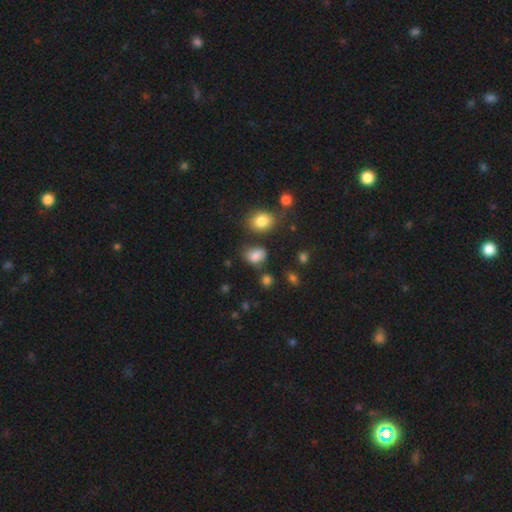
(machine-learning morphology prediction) A smooth galaxy with no disk features (81%) that is in between round and cigar-shaped (69%). Merging: none (63%).